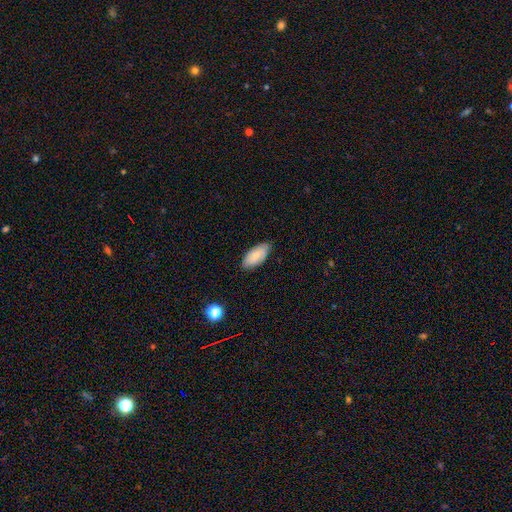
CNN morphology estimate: Smooth or featured? smooth (78%)
How rounded? in between (92%)
Merging? none (82%)